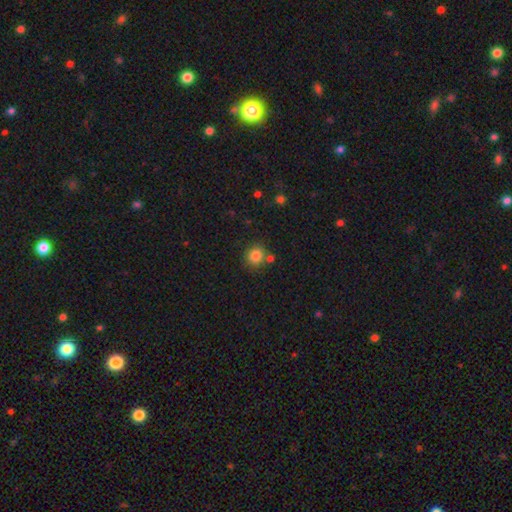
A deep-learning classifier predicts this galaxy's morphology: Smooth or featured: smooth — 84% (star or artifact — 11%)
How rounded: round — 88% (in between — 11%)
Merging: none — 74% (merger — 12%)